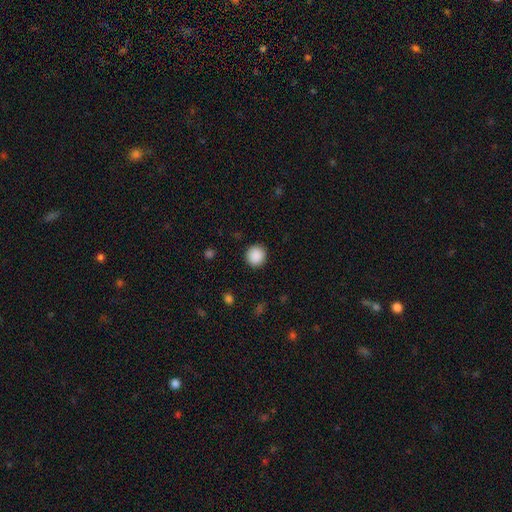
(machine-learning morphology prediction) Overall: smooth (89%). How rounded: round (92%). Merging: none (91%).